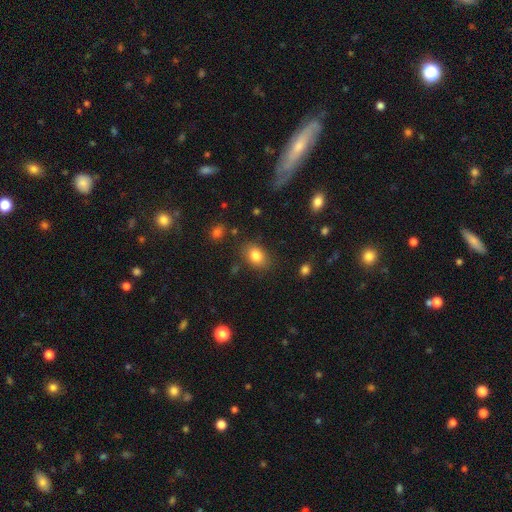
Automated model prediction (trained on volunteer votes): Morphology: type=smooth (83%); roundness=in between (75%); merging=none (82%).